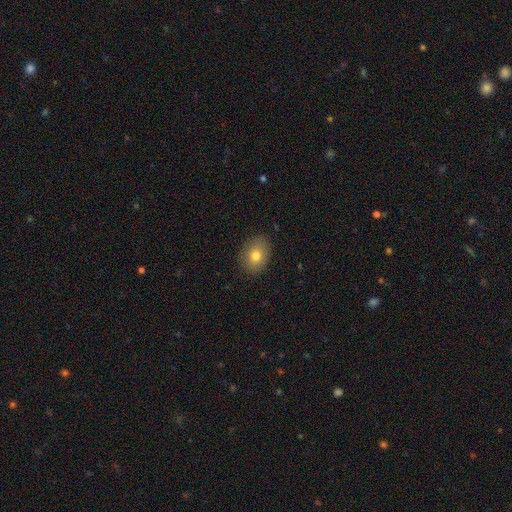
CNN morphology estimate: smooth 78%, featured or disk 12%, star or artifact 10%. Down the decision tree: how rounded — in between (59%); merging — none (87%).